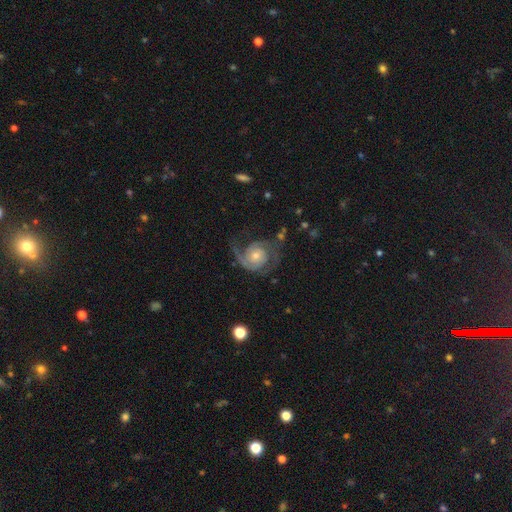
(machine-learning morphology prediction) smooth-or-featured: featured or disk: 87% | smooth: 7% | star or artifact: 6%
  disk-edge-on: no: 98% | yes: 2%
    bar: no: 75% | weak: 21% | strong: 5%
    has-spiral-arms: yes: 97% | no: 3%
      spiral-winding: medium: 44% | tight: 38% | loose: 18%
      spiral-arm-count: 2: 75% | 1: 10% | can't tell: 6% | 3: 5% | 4: 2% | more than 4: 2%
    bulge-size: small: 52% | moderate: 41% | large: 4% | none: 2% | dominant: 1%
  merging: none: 65% | minor disturbance: 18% | major disturbance: 15% | merger: 2%